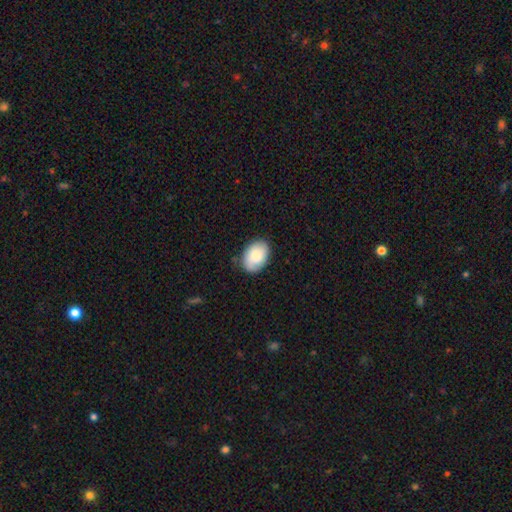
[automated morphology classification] smooth_or_featured: smooth (p=0.79) [alt: featured or disk p=0.14]
how_rounded: in between (p=0.81) [alt: round p=0.18]
merging: none (p=0.81) [alt: minor disturbance p=0.15]